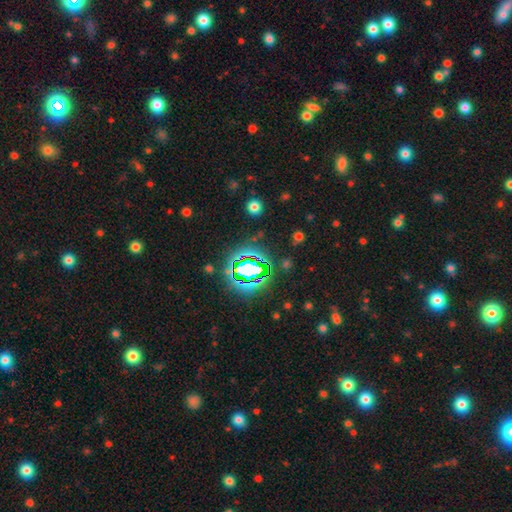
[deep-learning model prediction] Overall: star or artifact (78%).